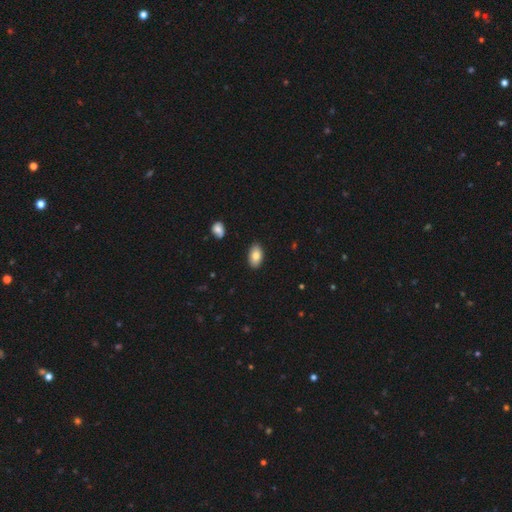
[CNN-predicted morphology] Smooth or featured: smooth — 83% (featured or disk — 10%)
How rounded: in between — 94% (round — 4%)
Merging: none — 88% (minor disturbance — 9%)